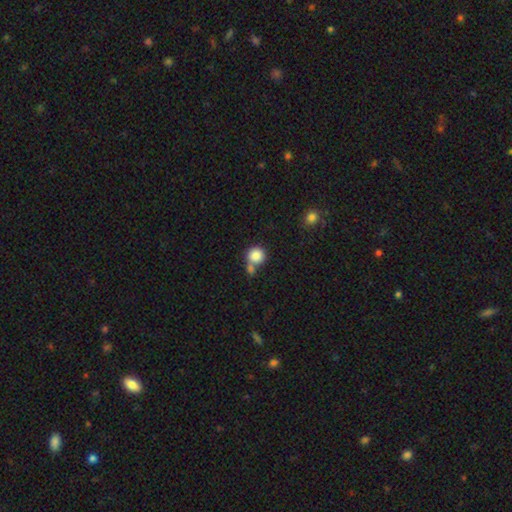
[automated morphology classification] Smooth or featured? smooth (85%)
How rounded? round (92%)
Merging? none (53%)